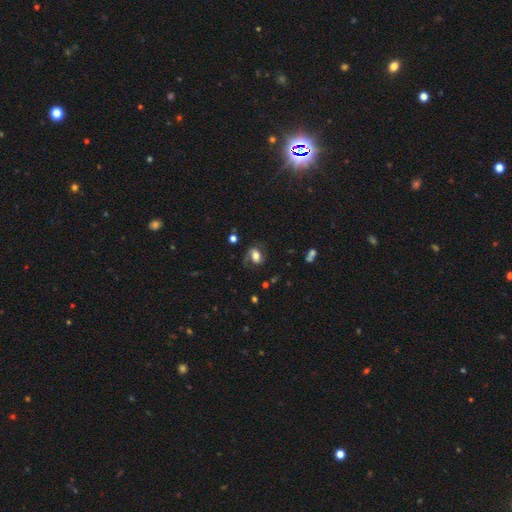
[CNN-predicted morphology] This is possibly a featured or disk galaxy (51%). It is clearly not viewed edge-on (95%). Merging: likely none (63%).